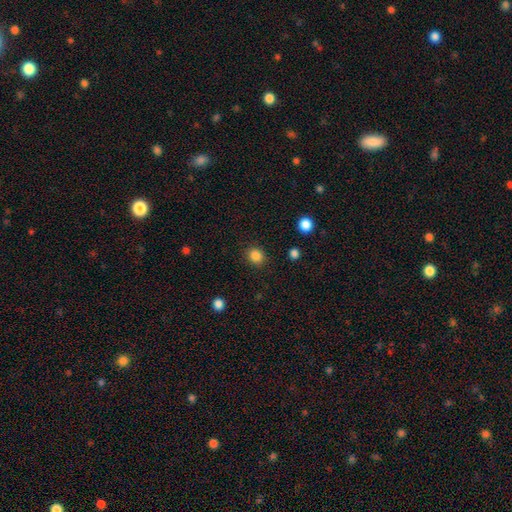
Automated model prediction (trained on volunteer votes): Smooth or featured?
  - smooth: 86% *
  - star or artifact: 11%
  - featured or disk: 3%
How rounded?
  - round: 77% *
  - in between: 22%
  - cigar-shaped: 1%
Merging?
  - none: 89% *
  - minor disturbance: 7%
  - major disturbance: 2%
  - merger: 1%